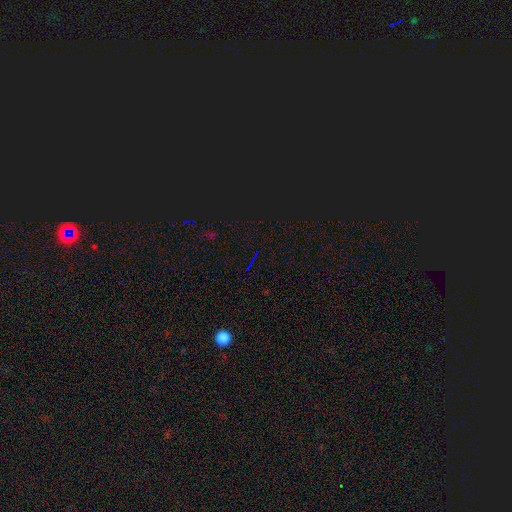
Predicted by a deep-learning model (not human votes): Q: Smooth or featured?
A: star or artifact (80%); runner-up: smooth (11%)